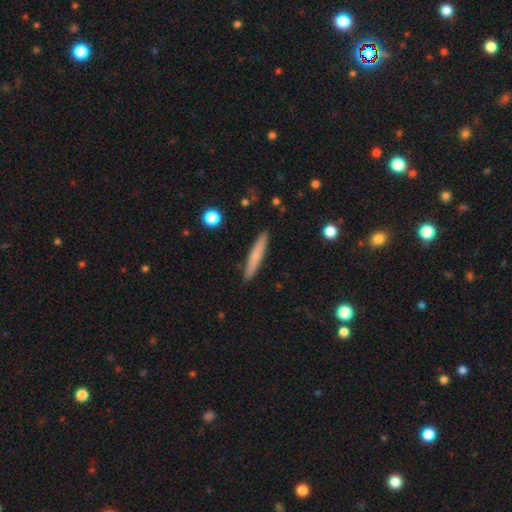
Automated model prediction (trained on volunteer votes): Smooth or featured?
  - smooth: 71% *
  - featured or disk: 23%
  - star or artifact: 6%
How rounded?
  - cigar-shaped: 94% *
  - in between: 4%
  - round: 1%
Merging?
  - none: 91% *
  - minor disturbance: 7%
  - major disturbance: 1%
  - merger: 1%